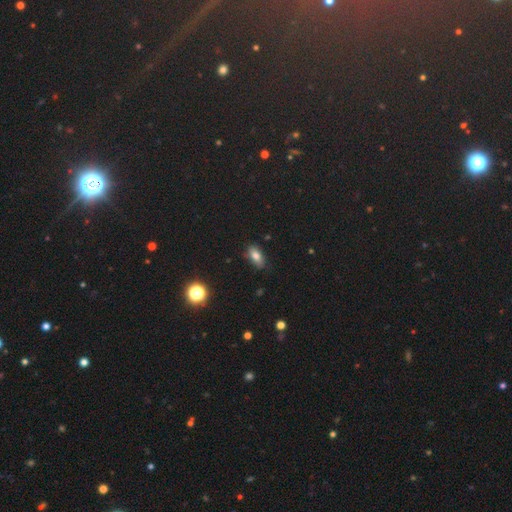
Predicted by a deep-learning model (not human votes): Smooth or featured? Predicted: smooth (p=0.78). How rounded? Predicted: in between (p=0.84). Merging? Predicted: none (p=0.76).